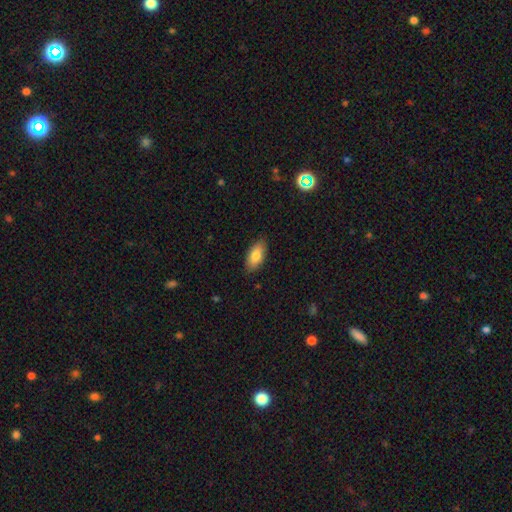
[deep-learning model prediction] Overall: smooth (82%). How rounded: in between (89%). Merging: none (86%).